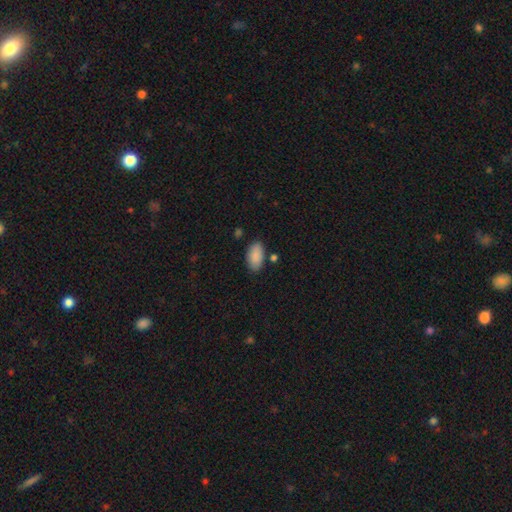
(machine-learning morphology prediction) smooth 89%, star or artifact 7%, featured or disk 4%. Down the decision tree: how rounded — in between (94%); merging — none (80%).